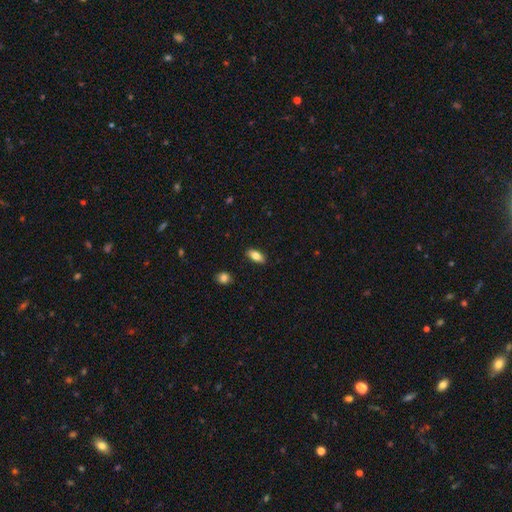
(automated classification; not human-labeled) Morphology: type=smooth (79%); roundness=in between (87%); merging=none (88%).